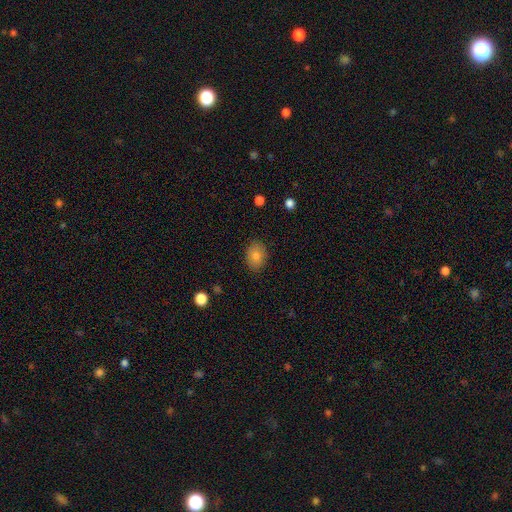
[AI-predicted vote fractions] The model was most divided on "how rounded": in between: 66%, round: 33%, cigar-shaped: 1%. More confident: merging — none (87%); smooth or featured — smooth (79%).